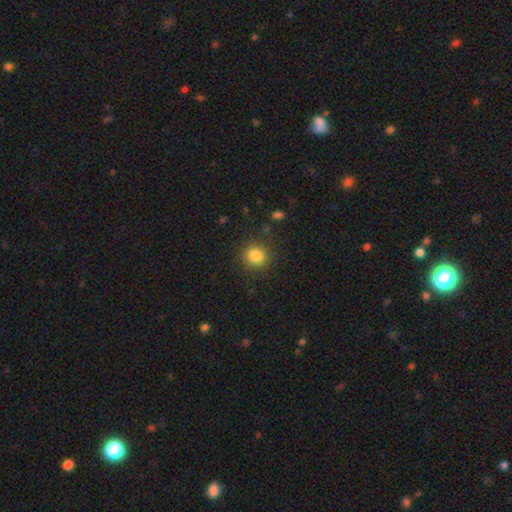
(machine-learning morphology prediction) smooth-or-featured: smooth: 84% | star or artifact: 11% | featured or disk: 5%
  how-rounded: round: 84% | in between: 15% | cigar-shaped: 1%
  merging: none: 88% | minor disturbance: 8% | major disturbance: 3% | merger: 1%